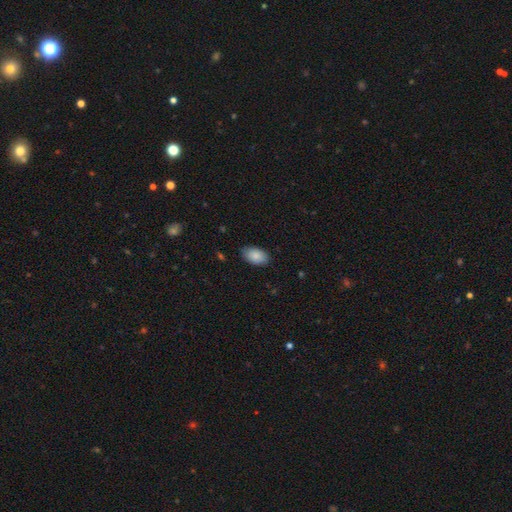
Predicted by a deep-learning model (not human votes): smooth-or-featured: smooth: 87% | star or artifact: 7% | featured or disk: 6%
  how-rounded: in between: 93% | round: 6% | cigar-shaped: 1%
  merging: none: 84% | minor disturbance: 12% | major disturbance: 2% | merger: 1%